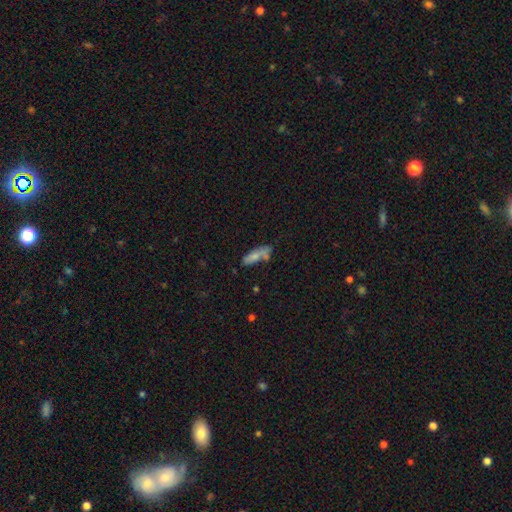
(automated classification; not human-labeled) Overall: smooth (71%). How rounded: in between (59%; cigar-shaped 39%). Merging: none (47%; minor disturbance 24%).